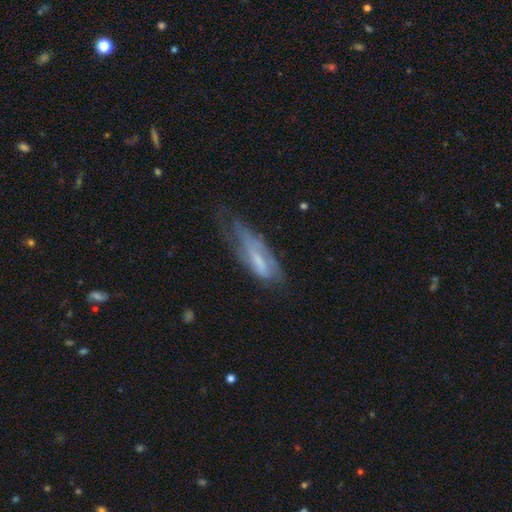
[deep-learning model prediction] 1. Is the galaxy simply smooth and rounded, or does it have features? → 46% featured or disk, 43% smooth, 11% star or artifact.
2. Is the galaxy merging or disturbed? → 42% none, 33% minor disturbance, 22% major disturbance, 3% merger.